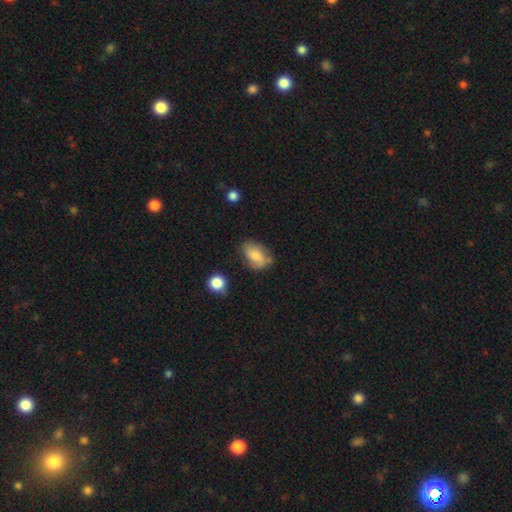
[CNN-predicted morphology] This is likely a smooth galaxy (66%). How rounded: clearly in between (86%). Merging: possibly none (58%).